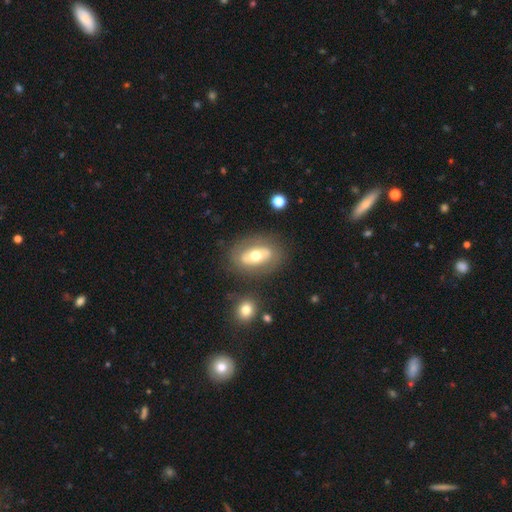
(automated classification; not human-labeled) This appears to be a featured or disk galaxy (52%). Merging: none (76%).